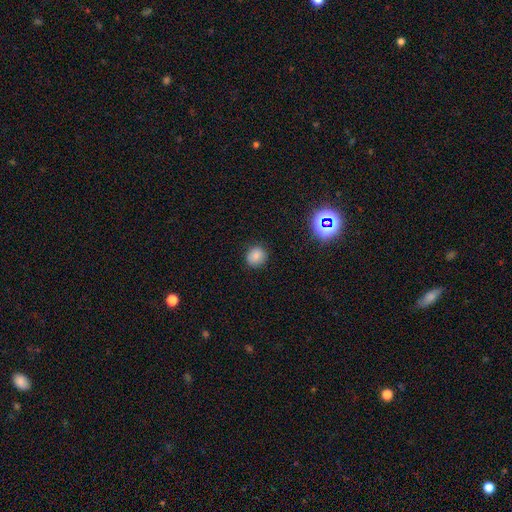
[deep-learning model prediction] Smooth or featured: smooth — 83% (star or artifact — 13%)
How rounded: round — 82% (in between — 17%)
Merging: none — 87% (minor disturbance — 9%)